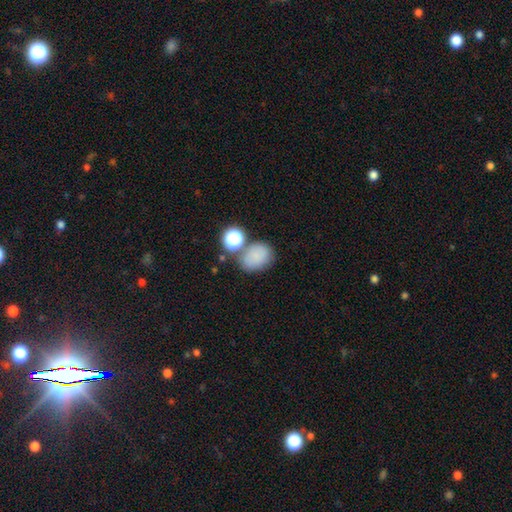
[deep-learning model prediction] smooth 76%, star or artifact 15%, featured or disk 10%. Down the decision tree: how rounded — in between (58%); merging — none (62%).